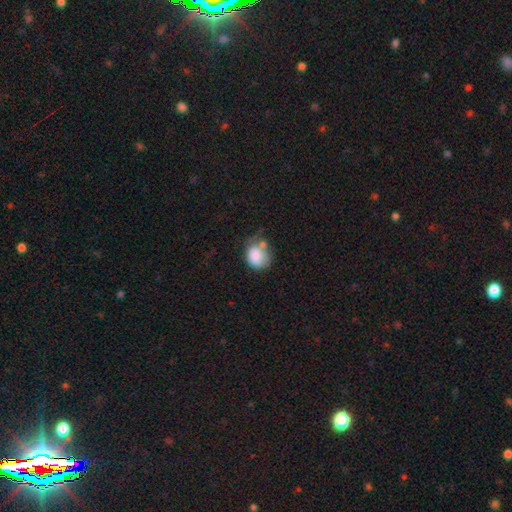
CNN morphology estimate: smooth-or-featured: smooth: 84% | featured or disk: 8% | star or artifact: 8%
  how-rounded: round: 56% | in between: 43% | cigar-shaped: 1%
  merging: none: 38% | minor disturbance: 29% | merger: 18% | major disturbance: 15%